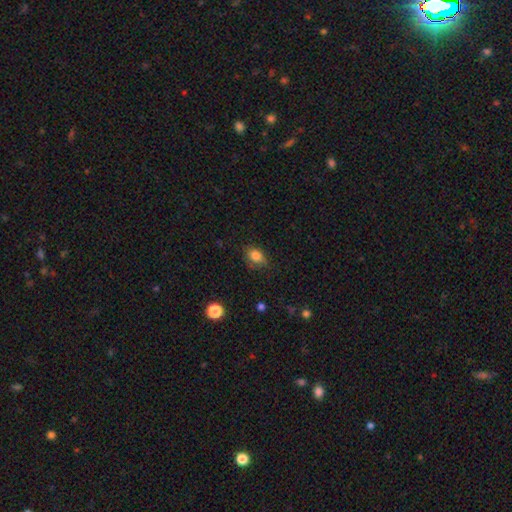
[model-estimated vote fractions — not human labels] Smooth or featured? Predicted: smooth (p=0.82). How rounded? Predicted: in between (p=0.71). Merging? Predicted: none (p=0.70).